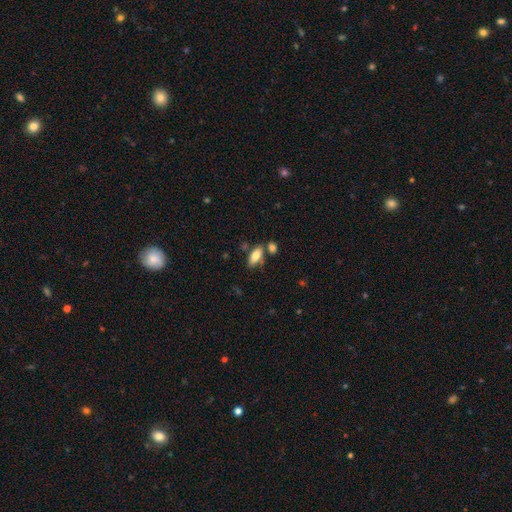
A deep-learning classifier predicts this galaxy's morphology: type=smooth (77%); roundness=in between (81%); merging=none (66%).